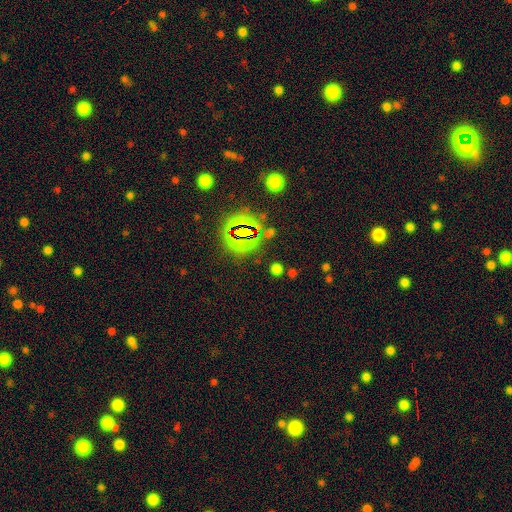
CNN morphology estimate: smooth-or-featured: star or artifact: 73% | smooth: 16% | featured or disk: 11%